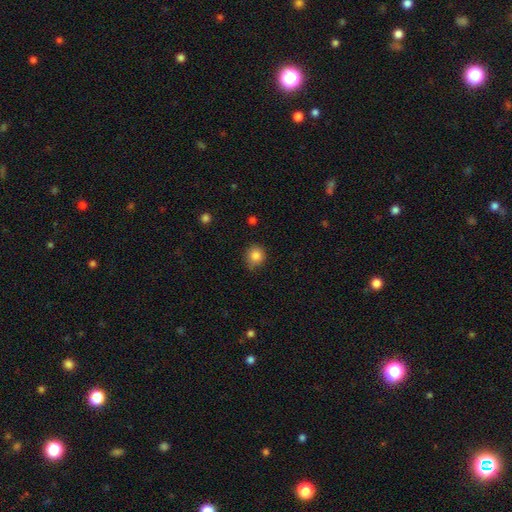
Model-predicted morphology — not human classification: smooth_or_featured: smooth (p=0.84) [alt: star or artifact p=0.10]
how_rounded: round (p=0.84) [alt: in between p=0.15]
merging: none (p=0.68) [alt: minor disturbance p=0.26]